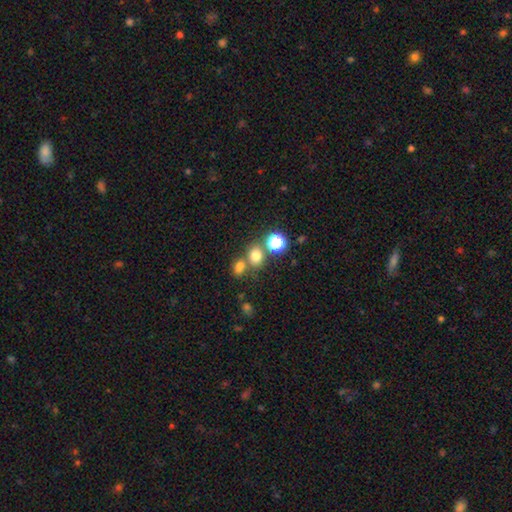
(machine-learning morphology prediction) Overall: smooth (45%; star or artifact 42%). Merging: none (55%; merger 32%).